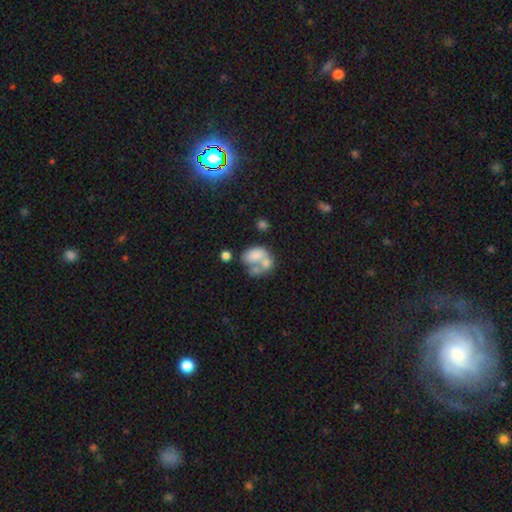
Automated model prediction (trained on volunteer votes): A smooth galaxy with no disk features (63%) that is in between round and cigar-shaped (79%).

Vote fractions:
- Smooth or featured? smooth: 63% / featured or disk: 27% / star or artifact: 10%
- How rounded? in between: 79% / round: 20% / cigar-shaped: 1%
- Merging? merger: 57% / none: 19% / major disturbance: 14% / minor disturbance: 10%